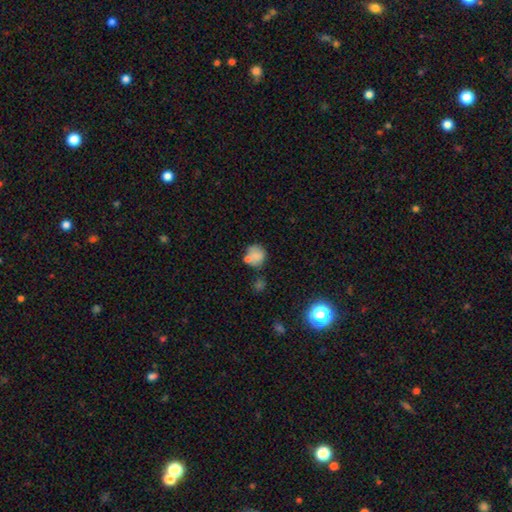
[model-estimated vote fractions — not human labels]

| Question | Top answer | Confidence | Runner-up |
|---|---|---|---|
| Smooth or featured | smooth | 73% | featured or disk (15%) |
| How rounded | round | 77% | in between (22%) |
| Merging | none | 49% | merger (23%) |